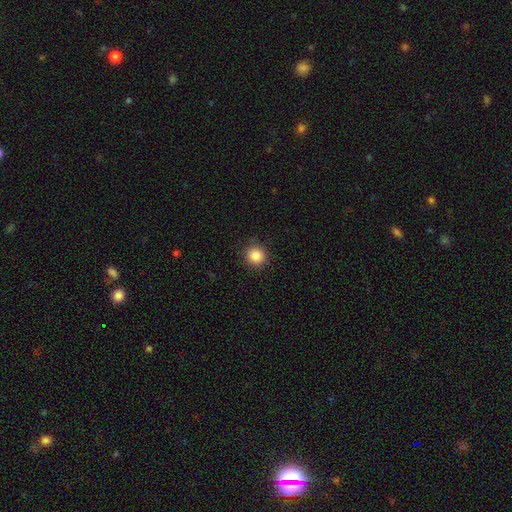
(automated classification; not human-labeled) smooth-or-featured: smooth: 86% | star or artifact: 10% | featured or disk: 4%
  how-rounded: round: 94% | in between: 6% | cigar-shaped: 1%
  merging: none: 91% | minor disturbance: 6% | major disturbance: 2% | merger: 1%